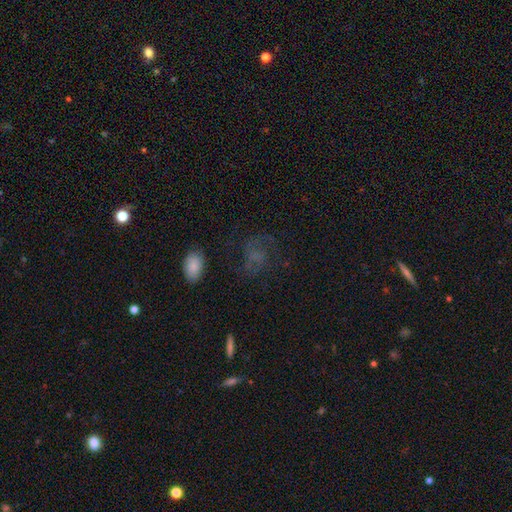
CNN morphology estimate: The model was most divided on "smooth or featured": smooth: 39%, featured or disk: 38%, star or artifact: 23%. More confident: merging — none (57%).